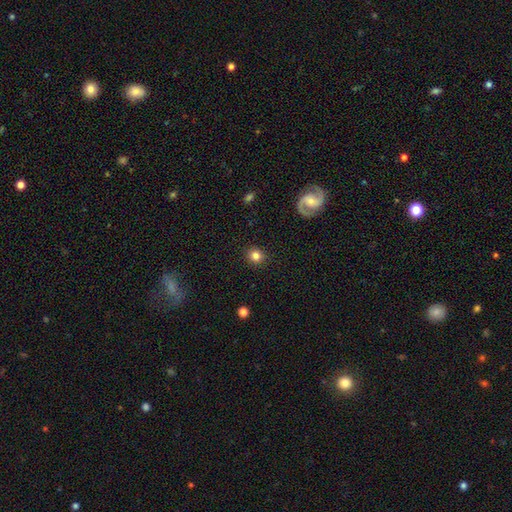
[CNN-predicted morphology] This appears to be a smooth galaxy with no disk features (82%) that is round (89%). Merging: none (91%).